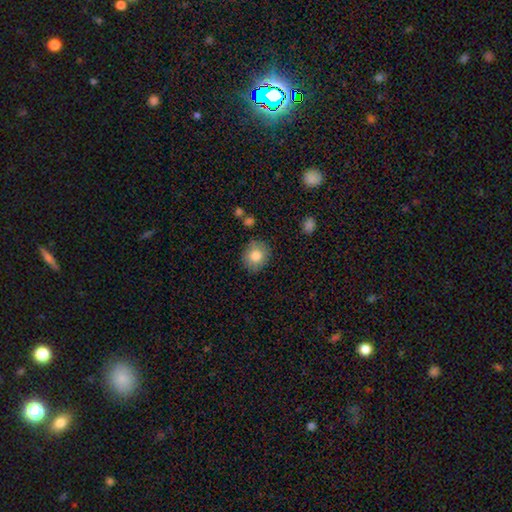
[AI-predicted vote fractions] Overall: smooth (83%). How rounded: round (78%). Merging: none (82%).